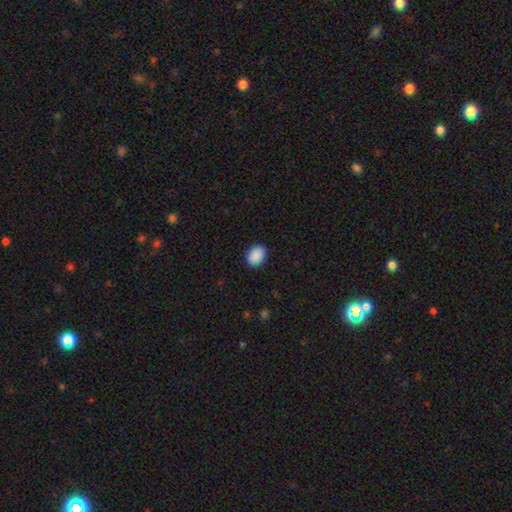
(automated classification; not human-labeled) Smooth or featured?
  - smooth: 90% *
  - star or artifact: 7%
  - featured or disk: 2%
How rounded?
  - in between: 67% *
  - round: 32%
  - cigar-shaped: 1%
Merging?
  - none: 89% *
  - minor disturbance: 8%
  - major disturbance: 2%
  - merger: 1%